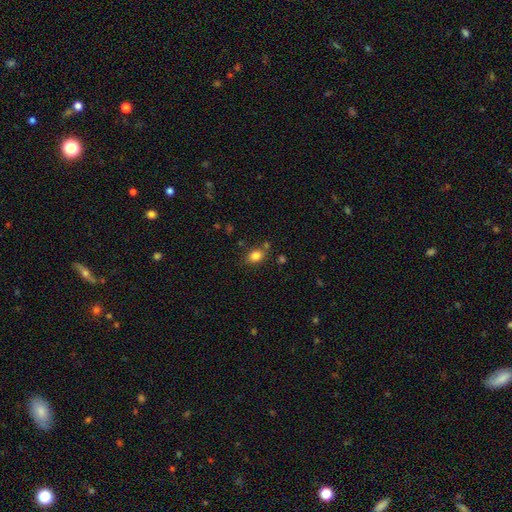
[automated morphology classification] This appears to be a smooth galaxy with no disk features (83%) that is in between round and cigar-shaped (67%). Merging: none (73%).